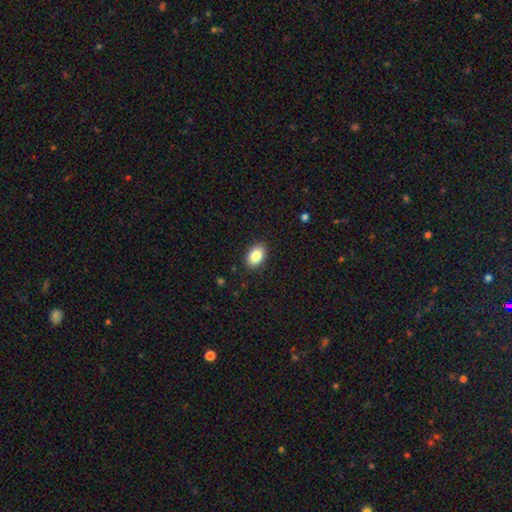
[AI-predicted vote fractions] A smooth galaxy with no disk features (86%) that is in between round and cigar-shaped (87%). Merging: none (89%).